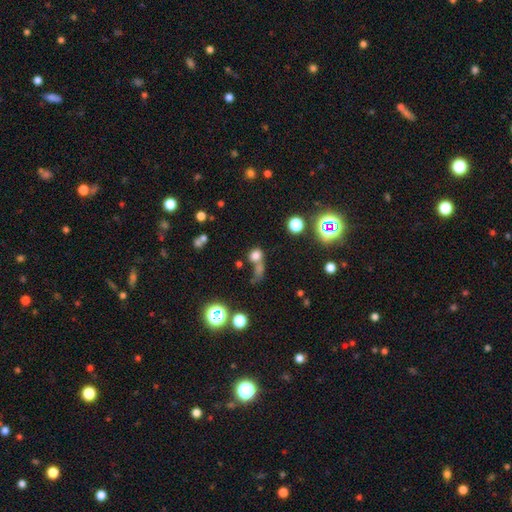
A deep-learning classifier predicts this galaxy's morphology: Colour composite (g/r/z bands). It shows a smooth galaxy with no disk features (68%) that is round (69%). Merging: merger (44%).